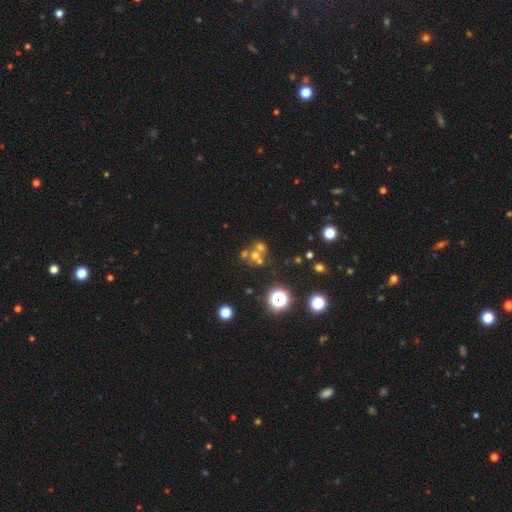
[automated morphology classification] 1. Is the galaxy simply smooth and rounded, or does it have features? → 47% smooth, 31% star or artifact, 22% featured or disk.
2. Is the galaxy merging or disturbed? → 44% merger, 43% none, 8% minor disturbance, 5% major disturbance.